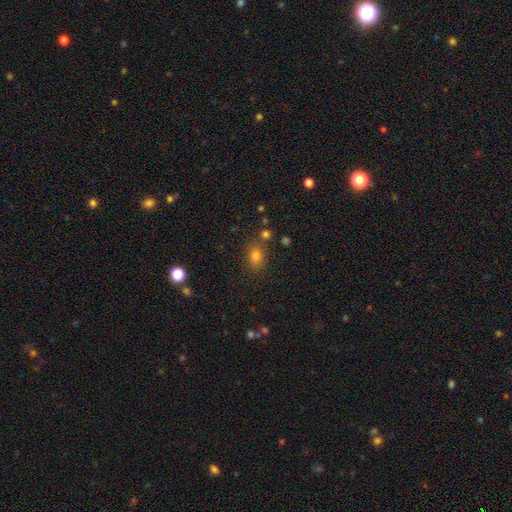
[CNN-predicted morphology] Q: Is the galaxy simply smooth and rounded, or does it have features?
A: smooth — 75%.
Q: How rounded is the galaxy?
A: in between — 60%.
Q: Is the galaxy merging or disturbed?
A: none — 78%.